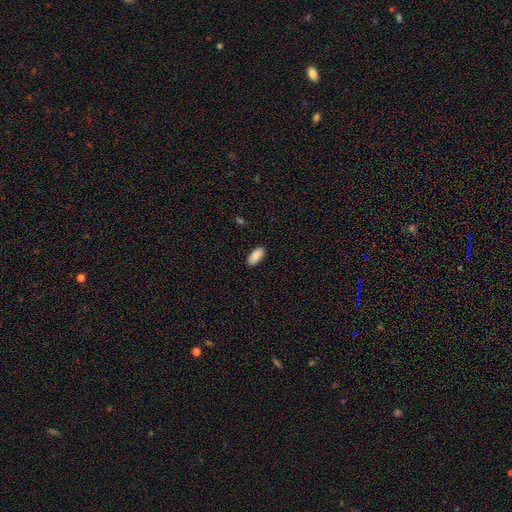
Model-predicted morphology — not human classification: Smooth or featured?
  - smooth: 90% *
  - star or artifact: 6%
  - featured or disk: 4%
How rounded?
  - in between: 91% *
  - cigar-shaped: 7%
  - round: 2%
Merging?
  - none: 88% *
  - minor disturbance: 9%
  - major disturbance: 2%
  - merger: 1%